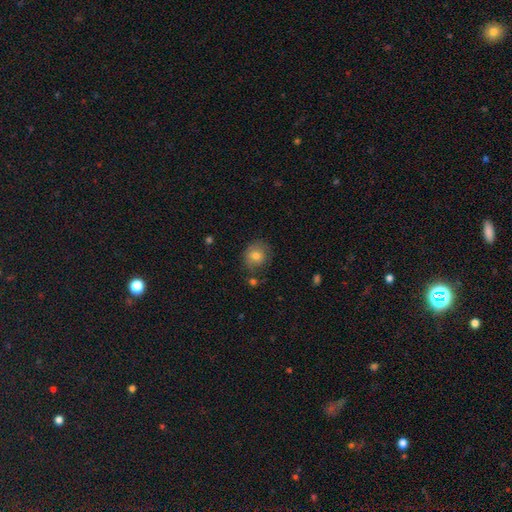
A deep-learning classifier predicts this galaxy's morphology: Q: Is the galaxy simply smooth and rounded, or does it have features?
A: smooth — 75%.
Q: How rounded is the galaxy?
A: round — 74%.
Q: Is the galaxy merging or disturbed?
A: none — 71%.